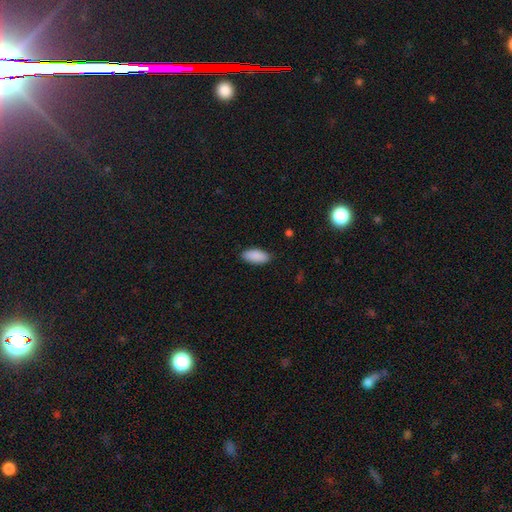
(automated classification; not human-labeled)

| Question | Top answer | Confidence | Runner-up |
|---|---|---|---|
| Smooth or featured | smooth | 90% | star or artifact (6%) |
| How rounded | in between | 90% | cigar-shaped (8%) |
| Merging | none | 87% | minor disturbance (10%) |